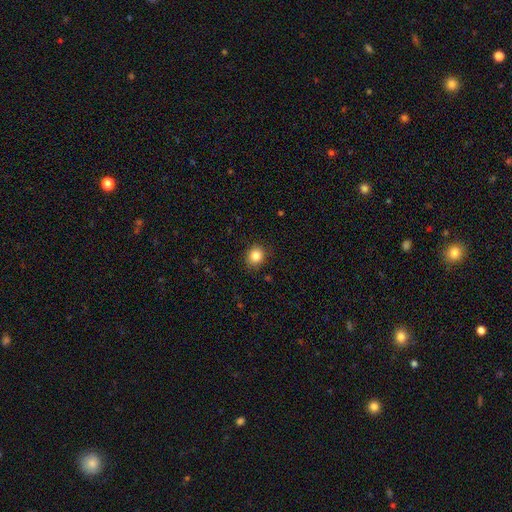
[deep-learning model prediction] This appears to be a smooth galaxy with no disk features (85%) that is round (79%). Merging: none (89%).